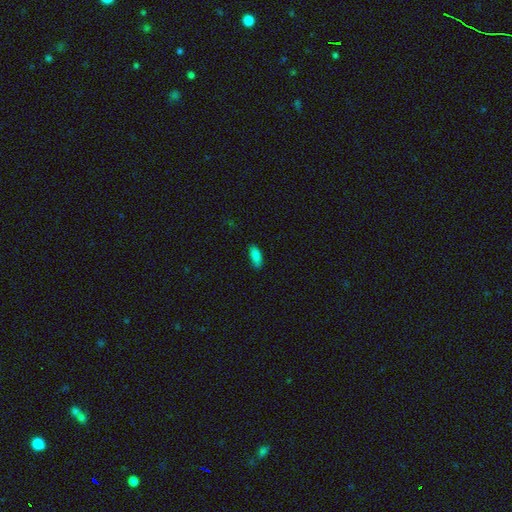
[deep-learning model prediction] A smooth galaxy with no disk features (87%) that is in between round and cigar-shaped (82%).

Vote fractions:
- Smooth or featured? smooth: 87% / star or artifact: 9% / featured or disk: 4%
- How rounded? in between: 82% / cigar-shaped: 16% / round: 2%
- Merging? none: 81% / minor disturbance: 15% / major disturbance: 3% / merger: 1%